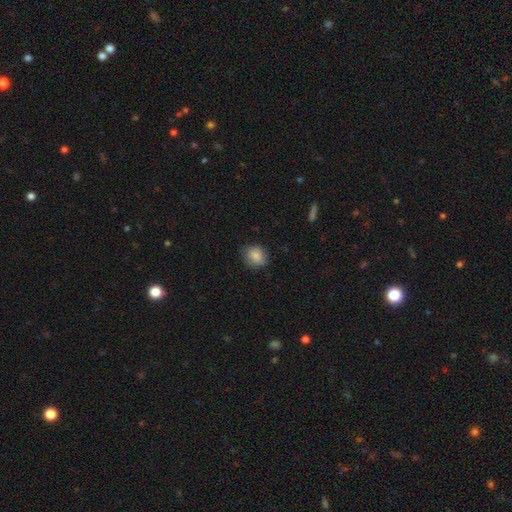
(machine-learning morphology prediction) This is clearly a smooth galaxy (85%). How rounded: likely round (68%). Merging: likely none (75%).